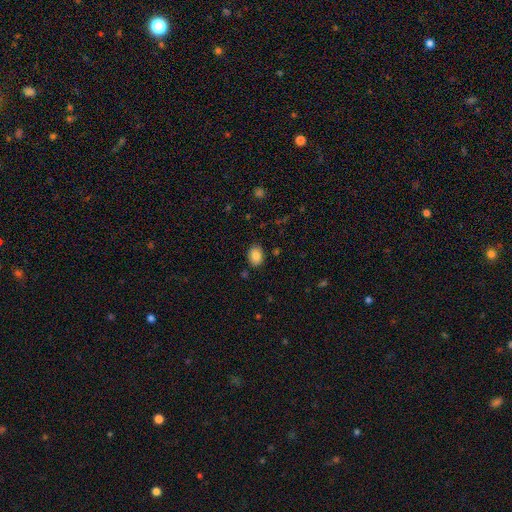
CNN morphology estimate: Smooth or featured: smooth — 85% (star or artifact — 8%)
How rounded: in between — 71% (round — 28%)
Merging: none — 85% (minor disturbance — 11%)